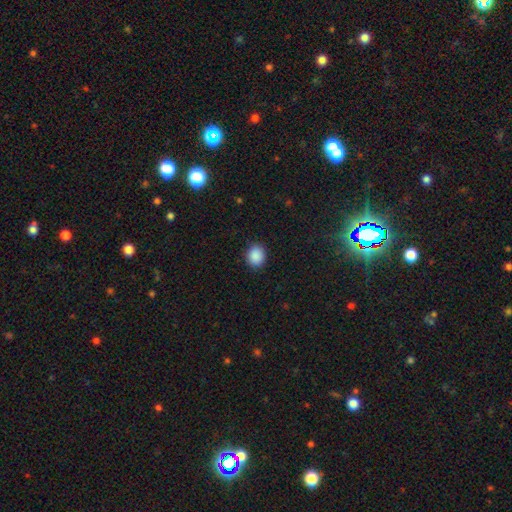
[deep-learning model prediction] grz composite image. It shows a smooth galaxy with no disk features (89%) that is round (60%). Merging: none (89%).